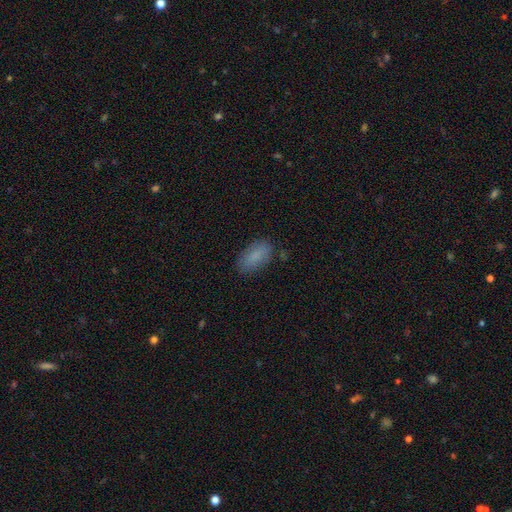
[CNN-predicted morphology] This appears to be a smooth galaxy with no disk features (84%) that is in between round and cigar-shaped (91%). Merging: none (81%).